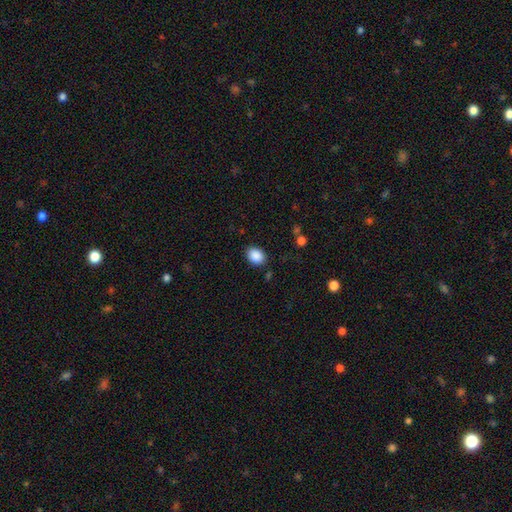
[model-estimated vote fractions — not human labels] A smooth galaxy with no disk features (89%) that is in between round and cigar-shaped (65%). Merging: none (86%).